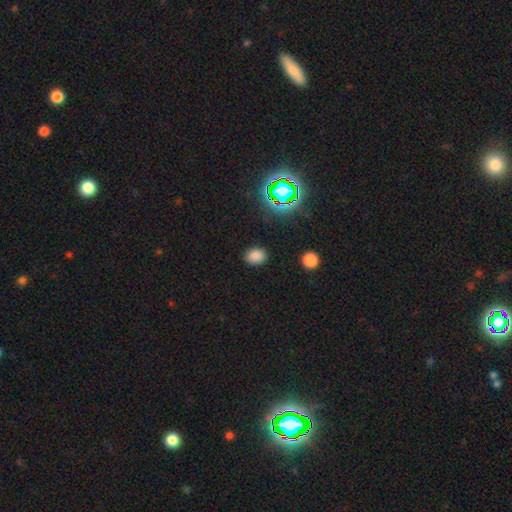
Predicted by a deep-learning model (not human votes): Smooth or featured? smooth (79%)
How rounded? in between (66%)
Merging? none (86%)